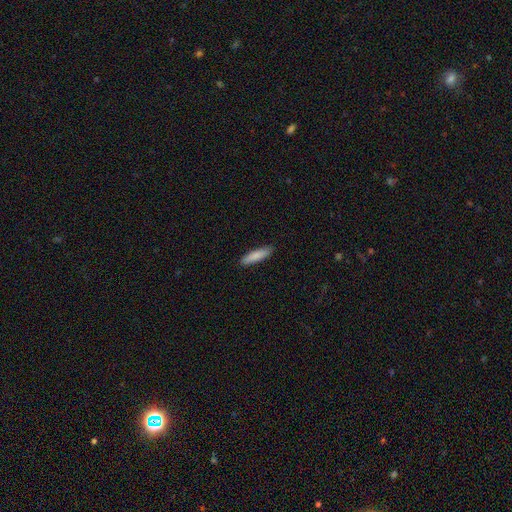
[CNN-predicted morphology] Smooth or featured?
  - smooth: 85% *
  - featured or disk: 9%
  - star or artifact: 6%
How rounded?
  - cigar-shaped: 77% *
  - in between: 21%
  - round: 1%
Merging?
  - none: 90% *
  - minor disturbance: 8%
  - major disturbance: 2%
  - merger: 1%